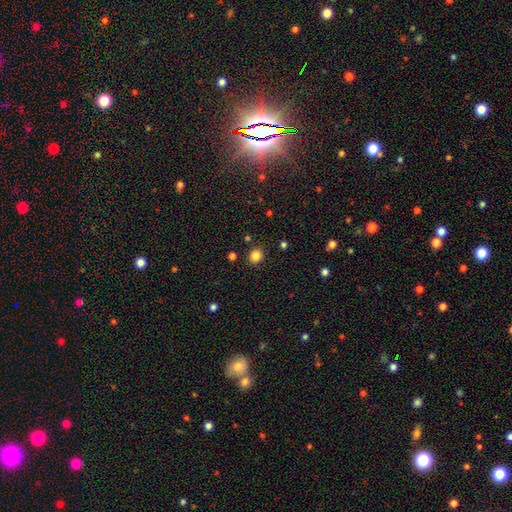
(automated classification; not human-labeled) smooth-or-featured: smooth: 83% | star or artifact: 13% | featured or disk: 4%
  how-rounded: round: 86% | in between: 13% | cigar-shaped: 1%
  merging: none: 88% | minor disturbance: 7% | merger: 2% | major disturbance: 2%